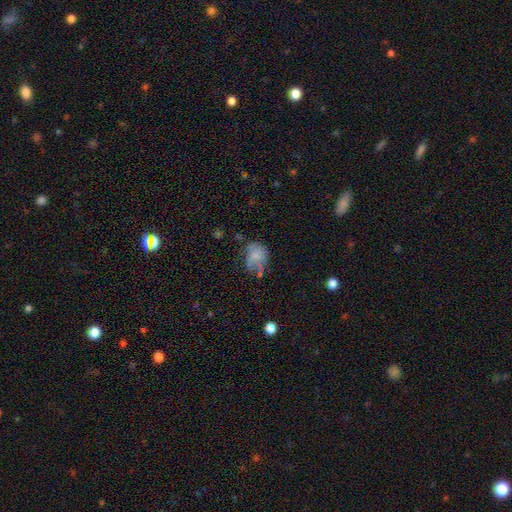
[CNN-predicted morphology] This is possibly a smooth galaxy (58%). How rounded: possibly in between (53%). Merging: marginally none (38%).